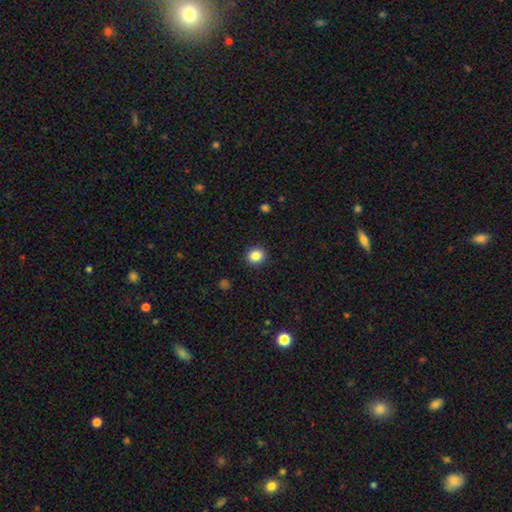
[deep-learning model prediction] smooth-or-featured: smooth: 86% | star or artifact: 10% | featured or disk: 4%
  how-rounded: round: 84% | in between: 15% | cigar-shaped: 1%
  merging: none: 92% | minor disturbance: 6% | major disturbance: 2% | merger: 1%